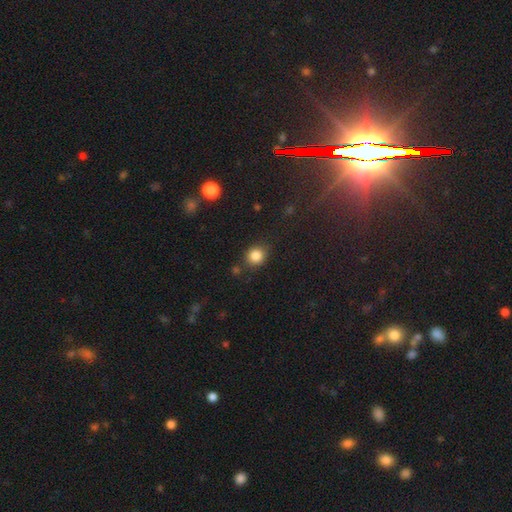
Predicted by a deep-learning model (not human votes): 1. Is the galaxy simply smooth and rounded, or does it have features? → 85% smooth, 11% star or artifact, 5% featured or disk.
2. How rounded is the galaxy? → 80% round, 19% in between, 1% cigar-shaped.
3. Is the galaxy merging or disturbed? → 81% none, 12% minor disturbance, 4% merger, 4% major disturbance.